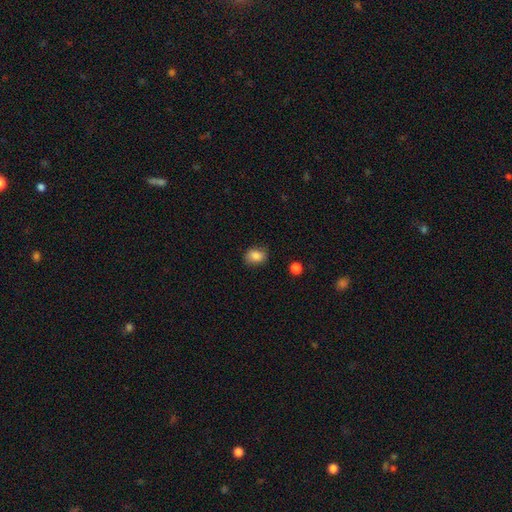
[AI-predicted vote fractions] Overall: smooth (85%). How rounded: in between (62%; round 37%). Merging: none (80%).